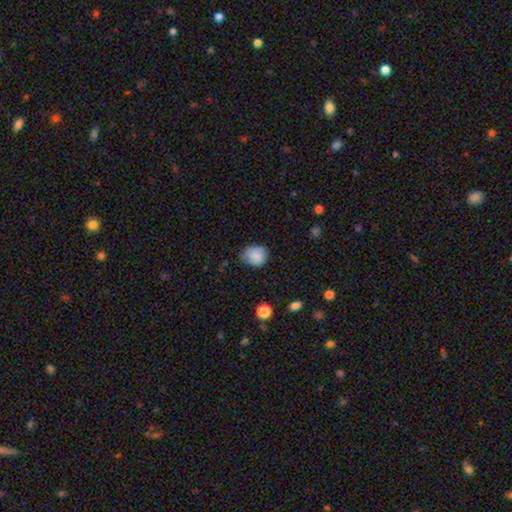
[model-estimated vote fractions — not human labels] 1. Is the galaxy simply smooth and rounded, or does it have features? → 81% smooth, 10% featured or disk, 8% star or artifact.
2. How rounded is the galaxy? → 66% round, 33% in between, 1% cigar-shaped.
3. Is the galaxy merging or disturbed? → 67% none, 26% minor disturbance, 6% major disturbance, 2% merger.